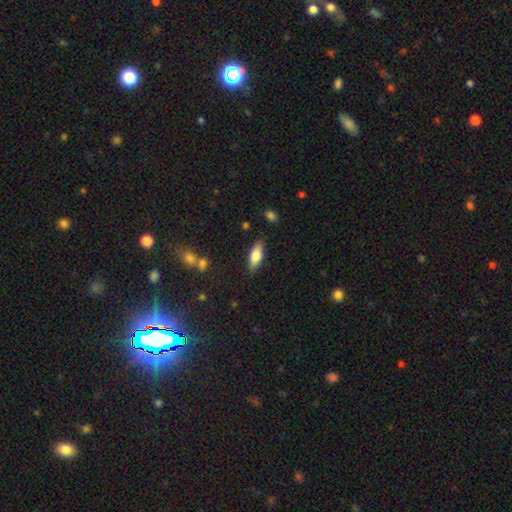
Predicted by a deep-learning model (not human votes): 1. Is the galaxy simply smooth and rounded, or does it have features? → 73% smooth, 21% featured or disk, 6% star or artifact.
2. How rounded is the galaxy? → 72% in between, 26% cigar-shaped, 2% round.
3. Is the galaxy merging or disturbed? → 85% none, 11% minor disturbance, 2% major disturbance, 2% merger.